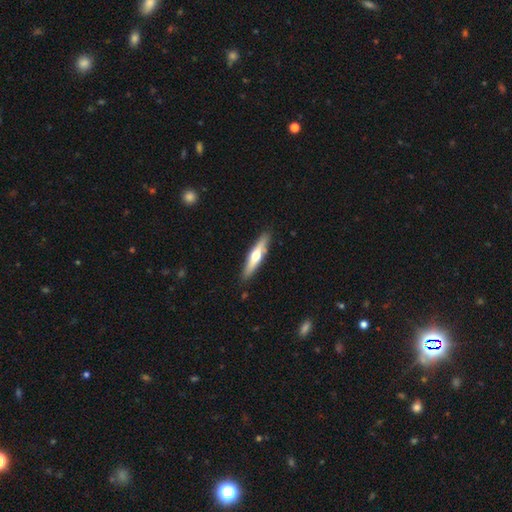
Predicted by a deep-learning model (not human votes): smooth_or_featured: featured or disk (p=0.54) [alt: smooth p=0.41]
disk_edge_on: yes (p=0.92) [alt: no p=0.08]
merging: none (p=0.88) [alt: minor disturbance p=0.09]